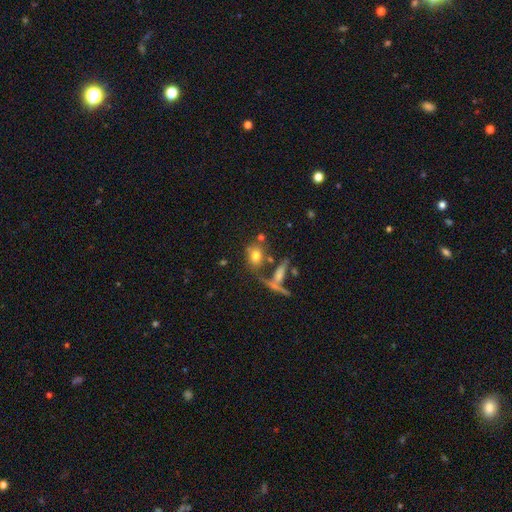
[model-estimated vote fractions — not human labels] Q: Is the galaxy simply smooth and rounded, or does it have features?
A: smooth — 71%.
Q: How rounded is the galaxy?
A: round — 51%.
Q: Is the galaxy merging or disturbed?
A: none — 57%.